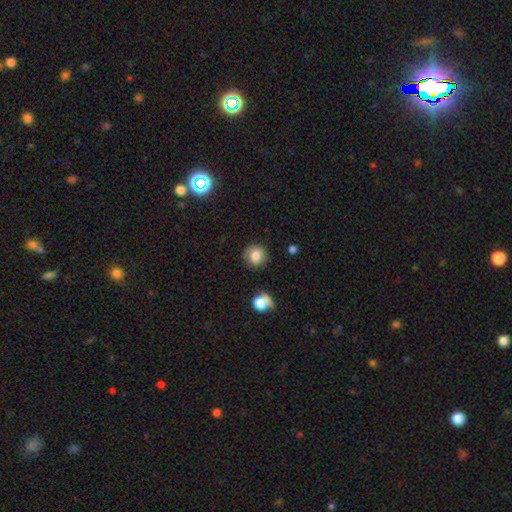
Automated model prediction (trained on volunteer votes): smooth_or_featured: smooth (p=0.79) [alt: featured or disk p=0.10]
how_rounded: round (p=0.89) [alt: in between p=0.10]
merging: none (p=0.82) [alt: minor disturbance p=0.12]